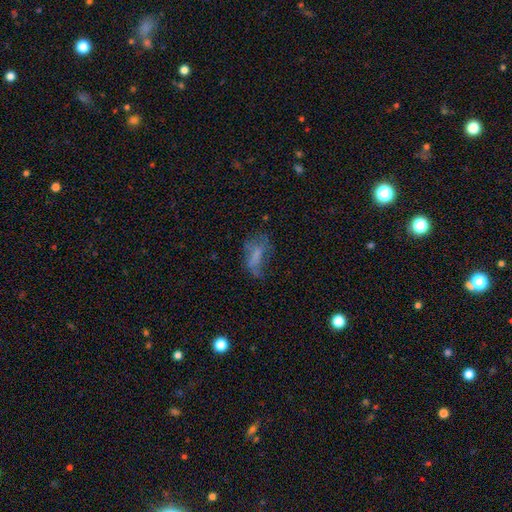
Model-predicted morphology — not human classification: smooth_or_featured: smooth (p=0.49) [alt: featured or disk p=0.35]
merging: none (p=0.38) [alt: major disturbance p=0.35]